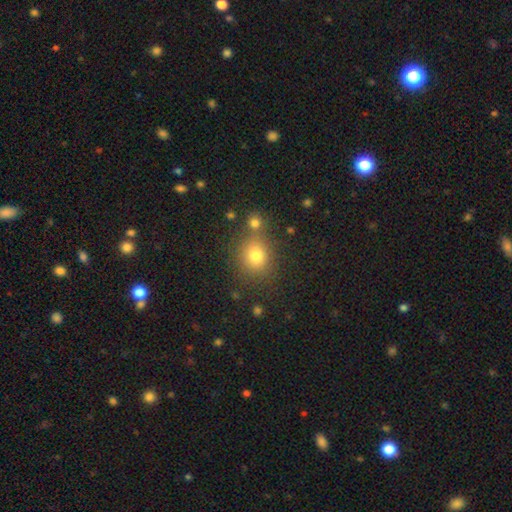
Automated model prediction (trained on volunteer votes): Morphology: type=smooth (75%); roundness=round (76%); merging=none (70%).